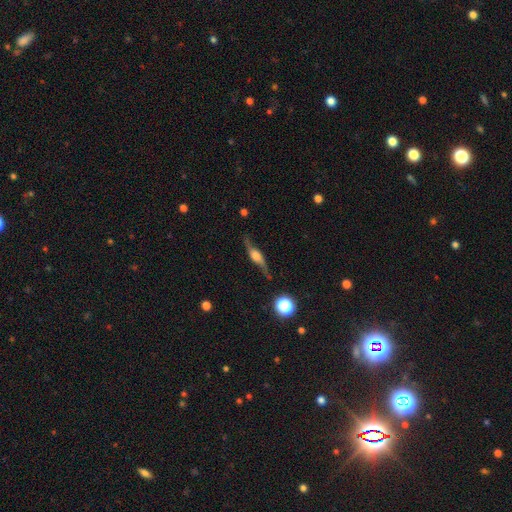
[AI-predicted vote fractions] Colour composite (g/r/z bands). It shows a featured or disk galaxy (75%) viewed edge-on (68%) with a rounded central bulge (81%). Merging: none (72%).